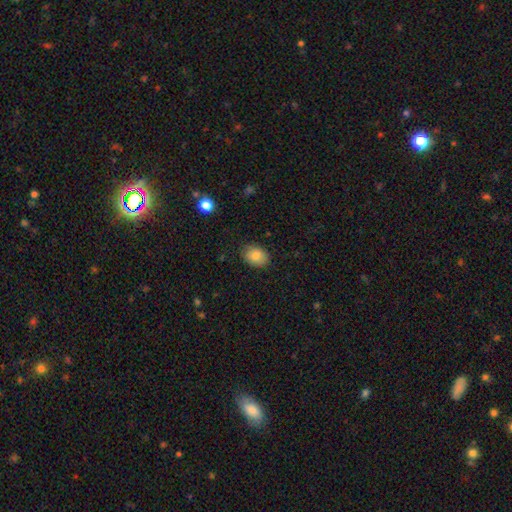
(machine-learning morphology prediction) This appears to be a smooth galaxy with no disk features (83%) that is in between round and cigar-shaped (73%). Merging: none (84%).